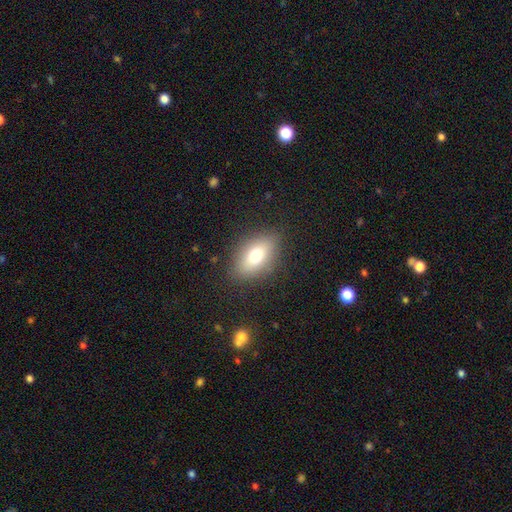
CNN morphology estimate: Q: Smooth or featured?
A: smooth (74%); runner-up: featured or disk (17%)
Q: How rounded?
A: in between (85%); runner-up: round (10%)
Q: Merging?
A: none (84%); runner-up: minor disturbance (11%)